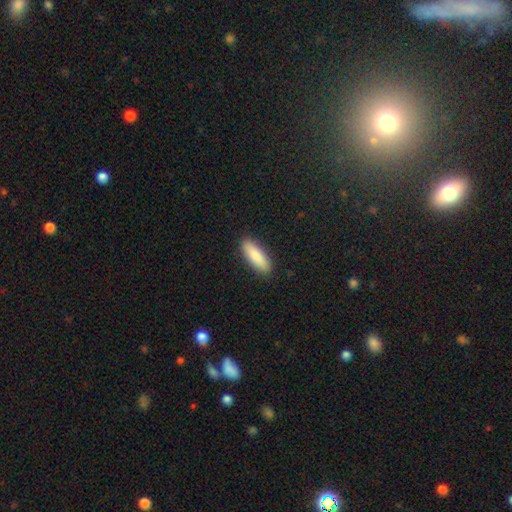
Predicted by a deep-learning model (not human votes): Q: Smooth or featured?
A: smooth (85%); runner-up: featured or disk (10%)
Q: How rounded?
A: in between (56%); runner-up: cigar-shaped (42%)
Q: Merging?
A: none (89%); runner-up: minor disturbance (8%)